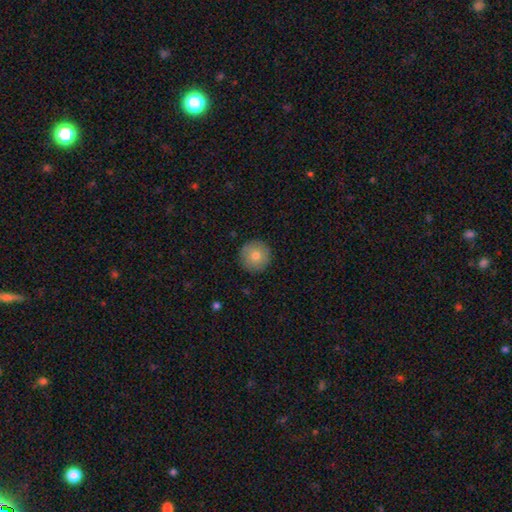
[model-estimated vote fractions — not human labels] Smooth or featured: smooth — 78% (featured or disk — 14%)
How rounded: round — 96% (in between — 3%)
Merging: none — 91% (minor disturbance — 6%)